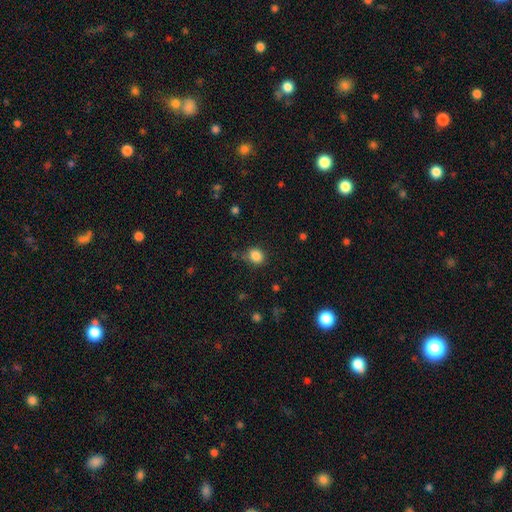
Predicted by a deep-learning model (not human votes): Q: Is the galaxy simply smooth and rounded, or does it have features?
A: smooth — 85%.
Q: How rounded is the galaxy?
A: round — 62%.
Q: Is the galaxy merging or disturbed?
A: none — 75%.